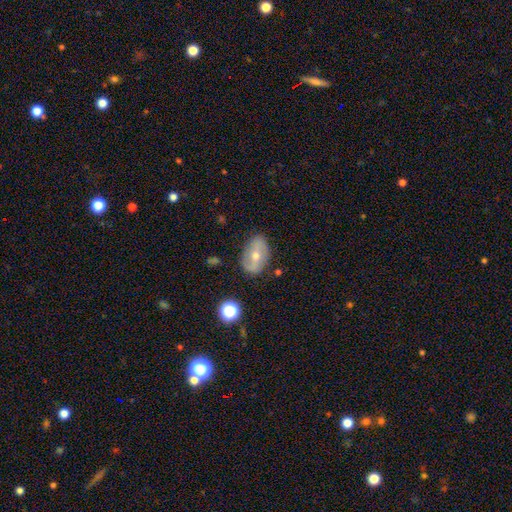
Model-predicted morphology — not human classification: This appears to be a featured or disk galaxy (52%). Merging: none (76%).